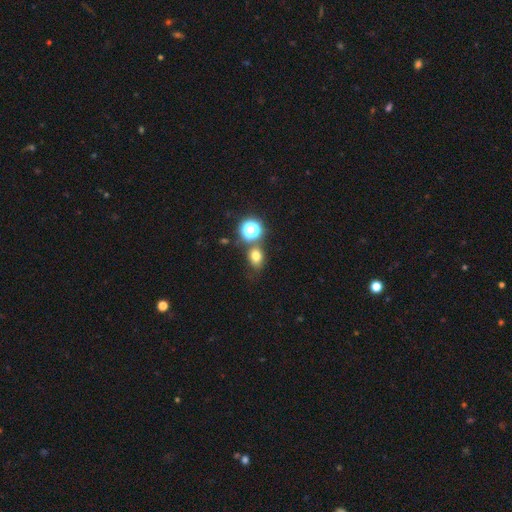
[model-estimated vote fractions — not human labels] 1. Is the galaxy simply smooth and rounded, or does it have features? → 71% smooth, 20% star or artifact, 9% featured or disk.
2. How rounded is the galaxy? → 50% in between, 48% round, 1% cigar-shaped.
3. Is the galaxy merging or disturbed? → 65% none, 15% merger, 15% minor disturbance, 6% major disturbance.